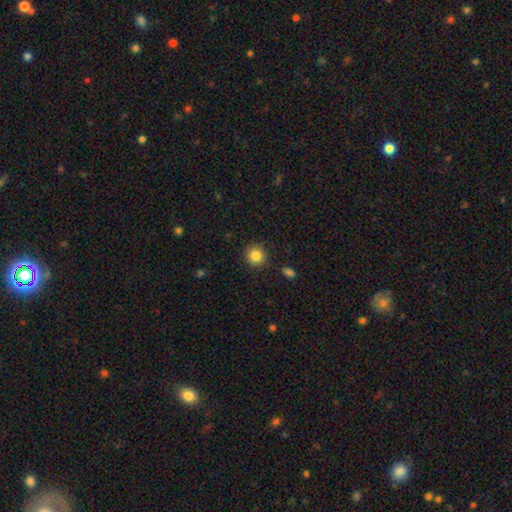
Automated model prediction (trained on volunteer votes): This appears to be a smooth galaxy with no disk features (85%) that is round (92%). Merging: none (90%).